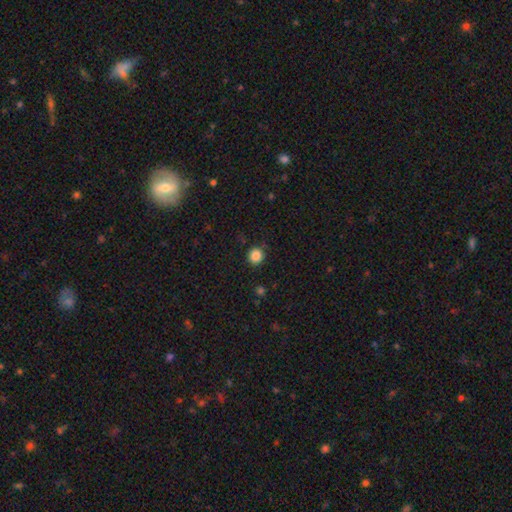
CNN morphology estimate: Overall: smooth (85%). How rounded: round (92%). Merging: none (89%).